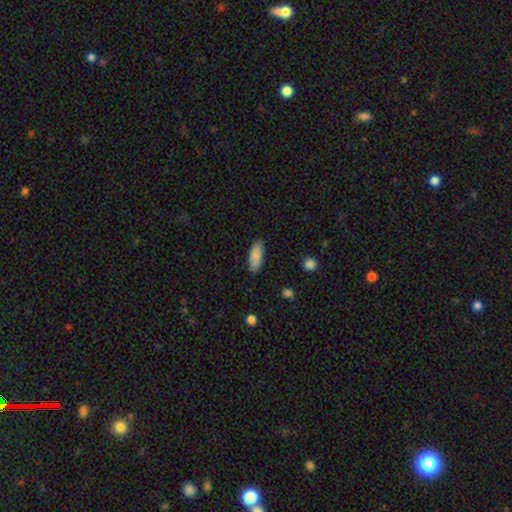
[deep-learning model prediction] smooth-or-featured: smooth: 88% | featured or disk: 6% | star or artifact: 6%
  how-rounded: in between: 77% | cigar-shaped: 21% | round: 2%
  merging: none: 87% | minor disturbance: 10% | major disturbance: 2% | merger: 1%